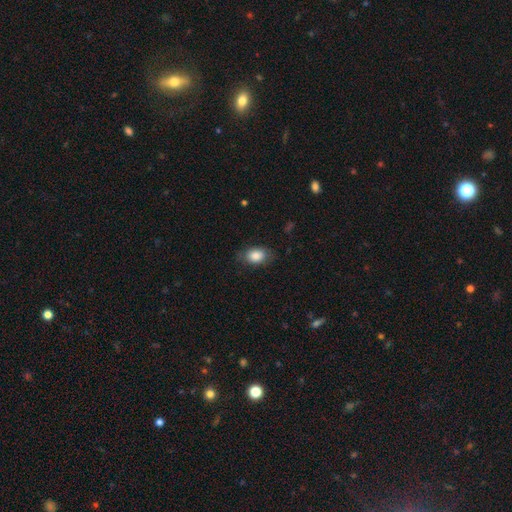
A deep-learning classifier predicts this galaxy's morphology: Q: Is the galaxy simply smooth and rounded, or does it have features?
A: smooth — 85%.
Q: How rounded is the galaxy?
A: in between — 84%.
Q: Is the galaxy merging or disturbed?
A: none — 77%.